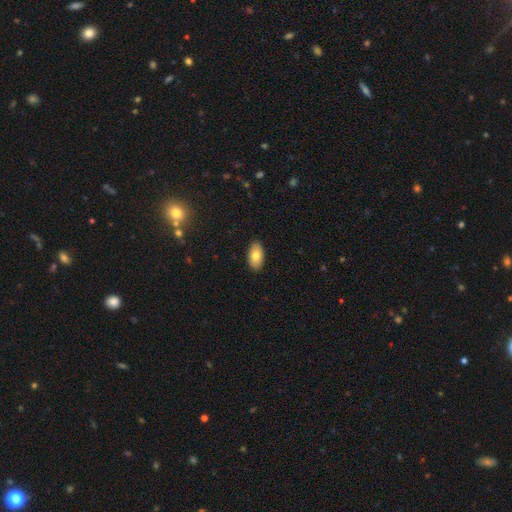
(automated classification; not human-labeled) Morphology: type=smooth (79%); roundness=in between (94%); merging=none (89%).